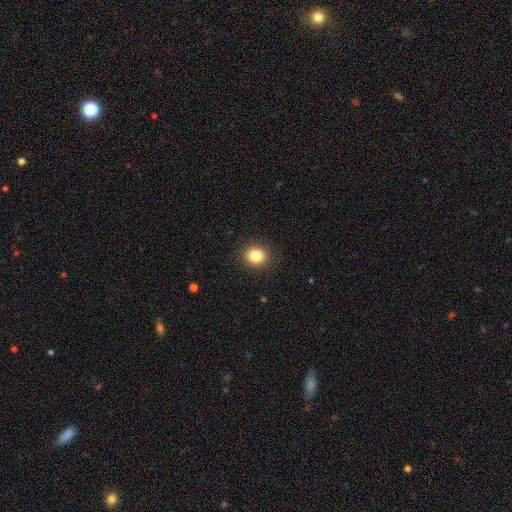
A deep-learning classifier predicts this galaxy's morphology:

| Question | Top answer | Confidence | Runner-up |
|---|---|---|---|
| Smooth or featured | smooth | 84% | star or artifact (11%) |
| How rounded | round | 79% | in between (20%) |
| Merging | none | 90% | minor disturbance (6%) |